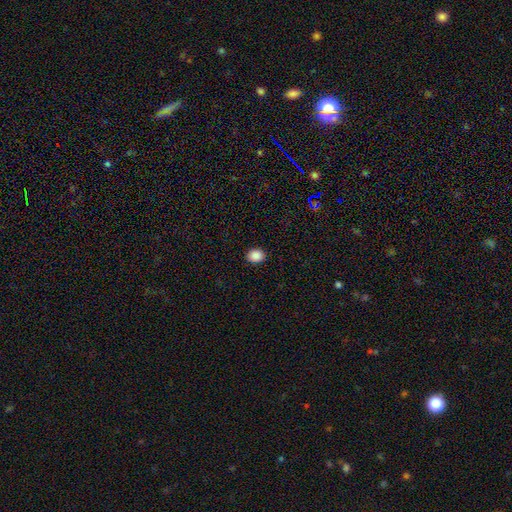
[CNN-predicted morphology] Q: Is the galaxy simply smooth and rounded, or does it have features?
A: smooth — 88%.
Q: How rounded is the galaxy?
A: round — 52%.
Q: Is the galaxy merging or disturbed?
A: none — 90%.